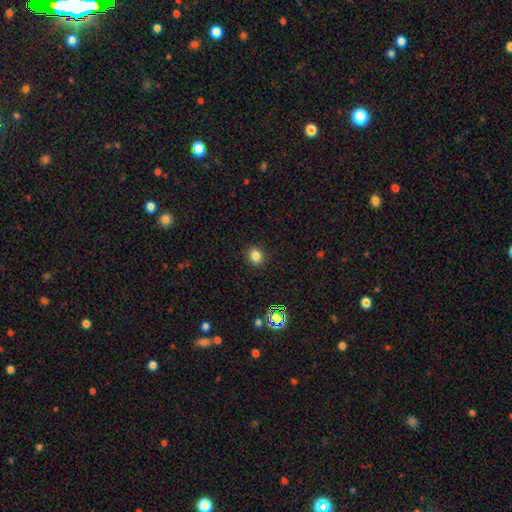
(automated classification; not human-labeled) smooth_or_featured: smooth (p=0.82) [alt: star or artifact p=0.14]
how_rounded: round (p=0.70) [alt: in between p=0.29]
merging: none (p=0.90) [alt: minor disturbance p=0.06]